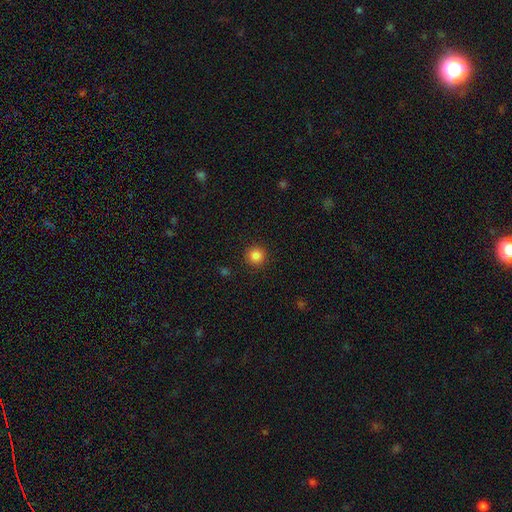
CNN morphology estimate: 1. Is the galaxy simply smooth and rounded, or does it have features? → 84% smooth, 11% star or artifact, 4% featured or disk.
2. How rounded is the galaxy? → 95% round, 4% in between, 1% cigar-shaped.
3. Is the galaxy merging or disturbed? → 92% none, 5% minor disturbance, 2% major disturbance, 1% merger.